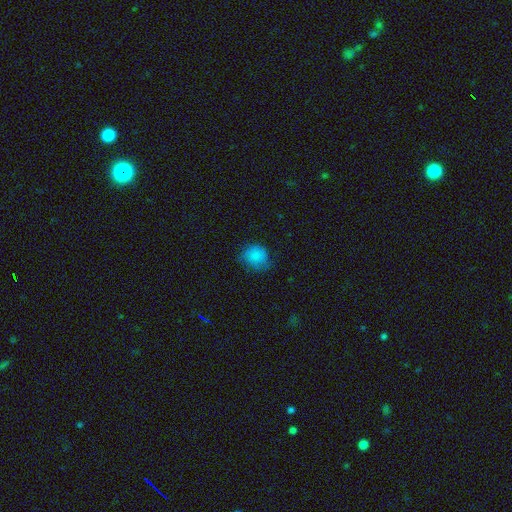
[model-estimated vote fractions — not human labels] Morphology: type=smooth (81%); roundness=round (75%); merging=none (62%).